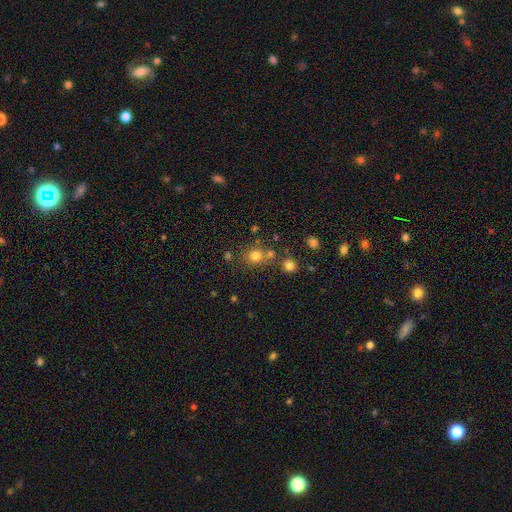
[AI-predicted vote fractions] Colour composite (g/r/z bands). It shows a smooth galaxy with no disk features (75%) that is round (80%). Merging: none (66%).